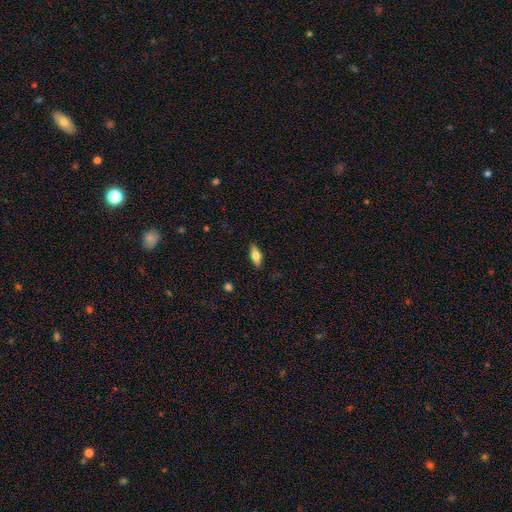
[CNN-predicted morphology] Smooth or featured: smooth — 62% (featured or disk — 31%)
How rounded: in between — 72% (cigar-shaped — 24%)
Merging: none — 88% (minor disturbance — 9%)